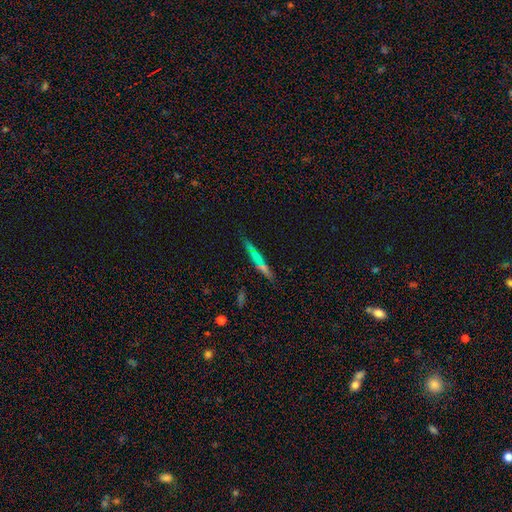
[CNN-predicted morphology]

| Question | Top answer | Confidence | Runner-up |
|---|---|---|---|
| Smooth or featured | smooth | 47% | featured or disk (39%) |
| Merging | none | 76% | minor disturbance (13%) |